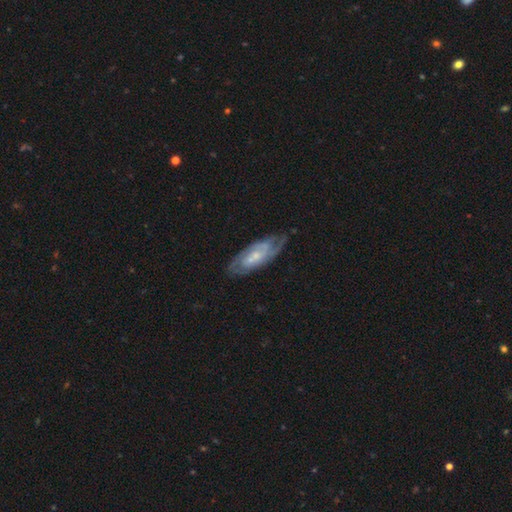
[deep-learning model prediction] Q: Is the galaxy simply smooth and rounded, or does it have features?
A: featured or disk — 78%.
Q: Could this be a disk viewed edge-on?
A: no — 90%.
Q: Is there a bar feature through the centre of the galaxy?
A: no — 54%.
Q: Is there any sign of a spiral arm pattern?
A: yes — 93%.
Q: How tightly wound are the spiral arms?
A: tight — 54%.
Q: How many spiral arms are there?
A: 2 — 53%.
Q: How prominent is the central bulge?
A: small — 63%.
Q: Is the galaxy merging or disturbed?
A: none — 71%.